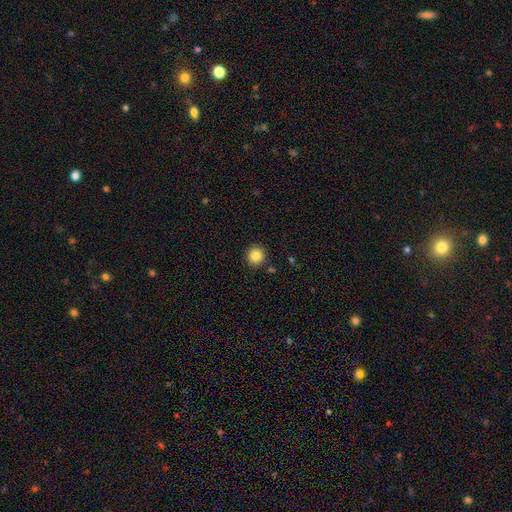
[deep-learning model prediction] smooth_or_featured: smooth (p=0.85) [alt: star or artifact p=0.10]
how_rounded: round (p=0.93) [alt: in between p=0.06]
merging: none (p=0.90) [alt: minor disturbance p=0.06]